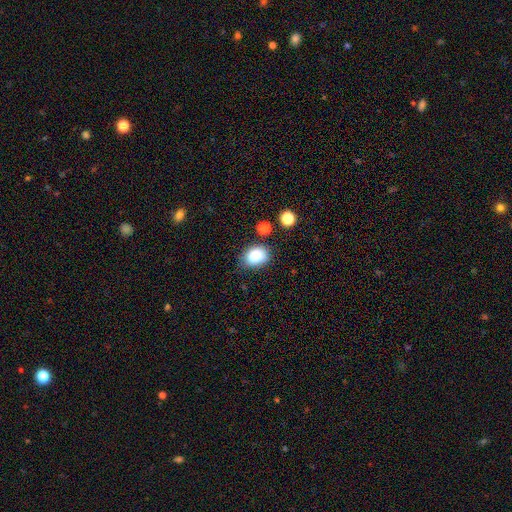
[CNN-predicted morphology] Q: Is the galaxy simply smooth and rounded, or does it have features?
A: smooth — 86%.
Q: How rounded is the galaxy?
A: in between — 63%.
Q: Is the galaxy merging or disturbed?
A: none — 71%.